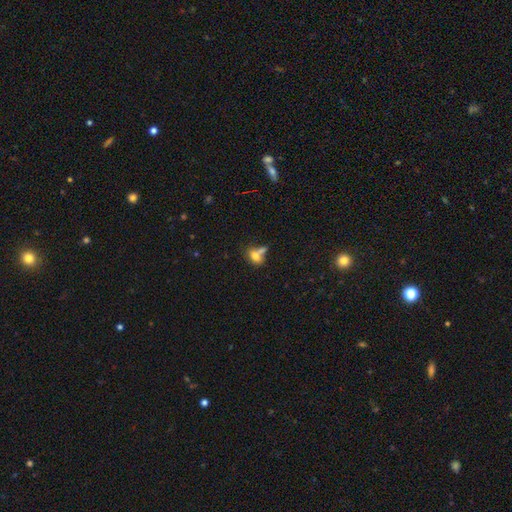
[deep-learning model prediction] smooth 72%, featured or disk 17%, star or artifact 11%. Down the decision tree: how rounded — in between (75%); merging — merger (46%).